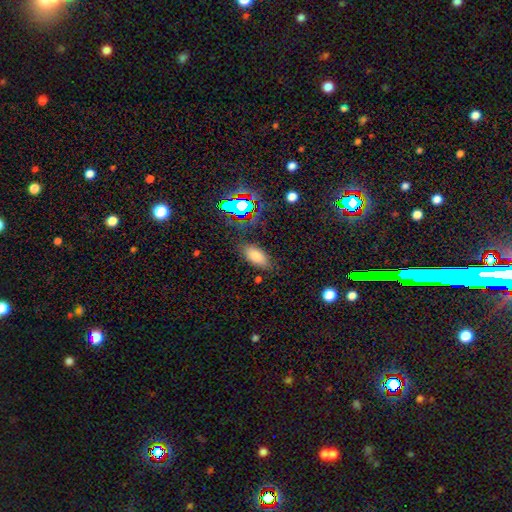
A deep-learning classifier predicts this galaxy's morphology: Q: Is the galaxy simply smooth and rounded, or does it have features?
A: smooth — 71%.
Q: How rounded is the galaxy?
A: in between — 86%.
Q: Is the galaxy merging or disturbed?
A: none — 82%.